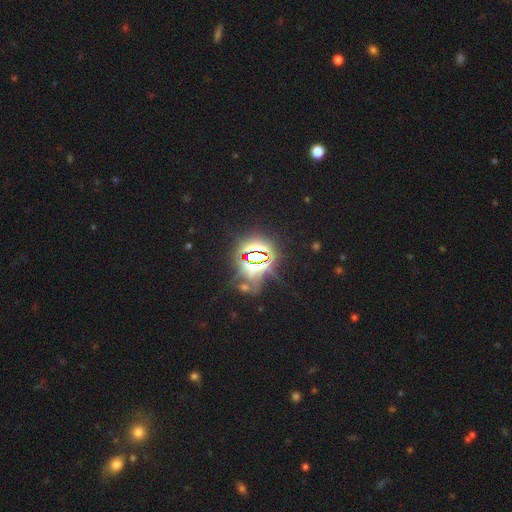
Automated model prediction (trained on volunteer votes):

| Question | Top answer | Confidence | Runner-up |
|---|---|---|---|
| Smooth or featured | star or artifact | 80% | smooth (10%) |